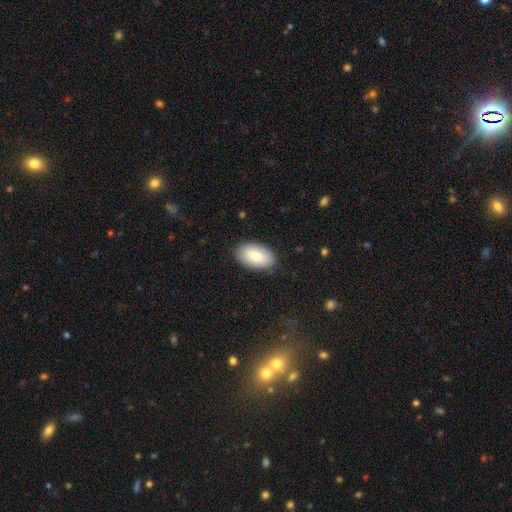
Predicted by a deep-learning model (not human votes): Smooth or featured? Predicted: smooth (p=0.76). How rounded? Predicted: in between (p=0.95). Merging? Predicted: none (p=0.86).